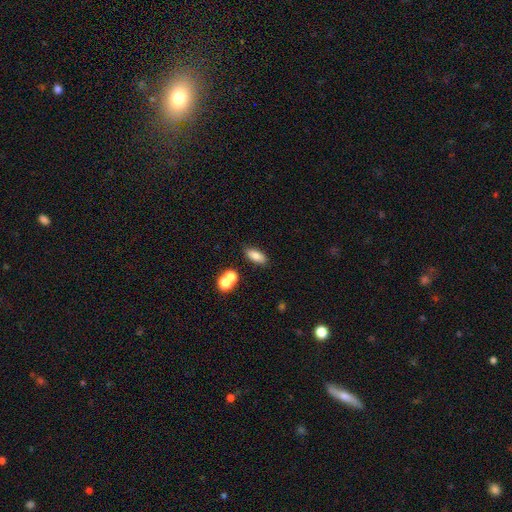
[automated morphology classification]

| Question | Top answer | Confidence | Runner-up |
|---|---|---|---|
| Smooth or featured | smooth | 80% | star or artifact (10%) |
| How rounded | in between | 77% | cigar-shaped (18%) |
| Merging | none | 80% | minor disturbance (10%) |